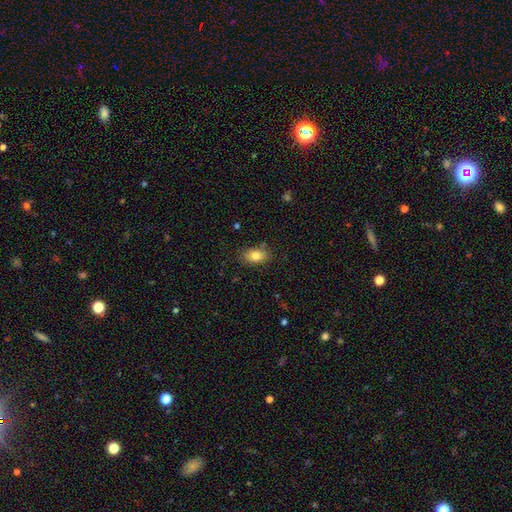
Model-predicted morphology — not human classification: The model was most divided on "merging": none: 80%, minor disturbance: 14%, major disturbance: 3%, merger: 2%. More confident: how rounded — in between (86%); smooth or featured — smooth (82%).